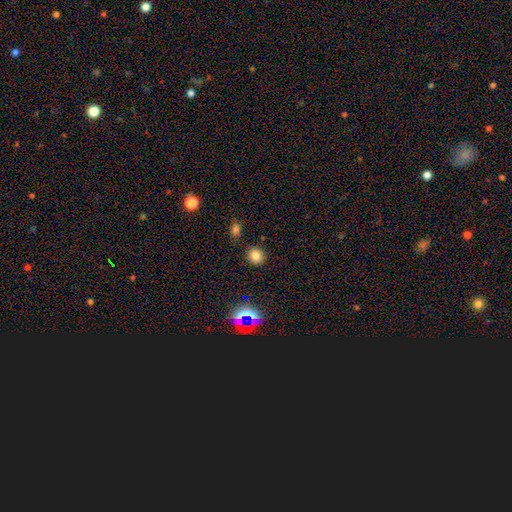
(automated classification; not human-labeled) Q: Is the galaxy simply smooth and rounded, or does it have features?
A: smooth — 77%.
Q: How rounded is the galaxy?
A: round — 89%.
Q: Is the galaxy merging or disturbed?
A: none — 88%.